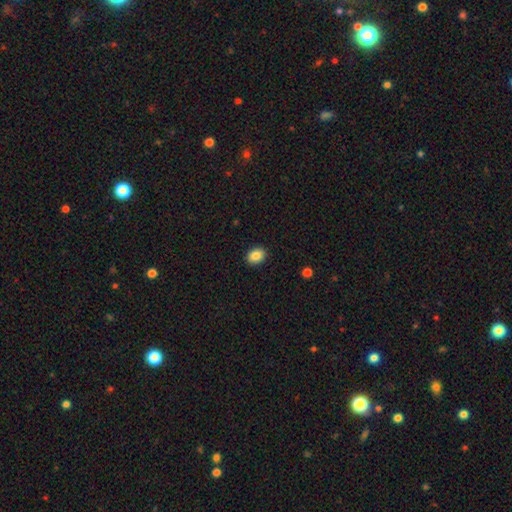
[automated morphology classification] A smooth galaxy with no disk features (86%) that is in between round and cigar-shaped (62%).

Vote fractions:
- Smooth or featured? smooth: 86% / star or artifact: 9% / featured or disk: 5%
- How rounded? in between: 62% / round: 38% / cigar-shaped: 1%
- Merging? none: 91% / minor disturbance: 7% / major disturbance: 2% / merger: 1%